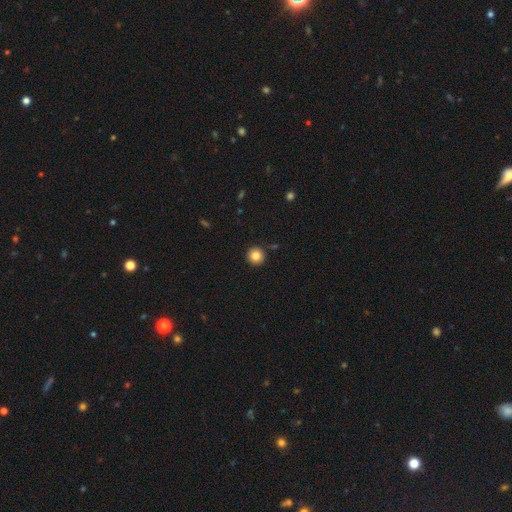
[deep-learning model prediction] Smooth or featured? Predicted: smooth (p=0.83). How rounded? Predicted: round (p=0.96). Merging? Predicted: none (p=0.91).